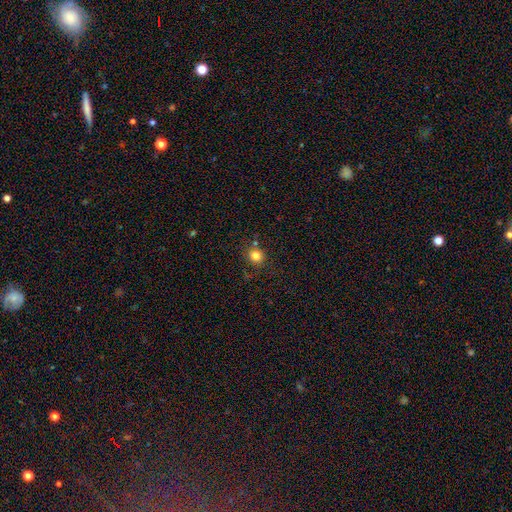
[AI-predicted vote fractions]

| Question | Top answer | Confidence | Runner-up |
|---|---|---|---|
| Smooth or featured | smooth | 81% | star or artifact (13%) |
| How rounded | round | 85% | in between (15%) |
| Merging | none | 78% | minor disturbance (11%) |